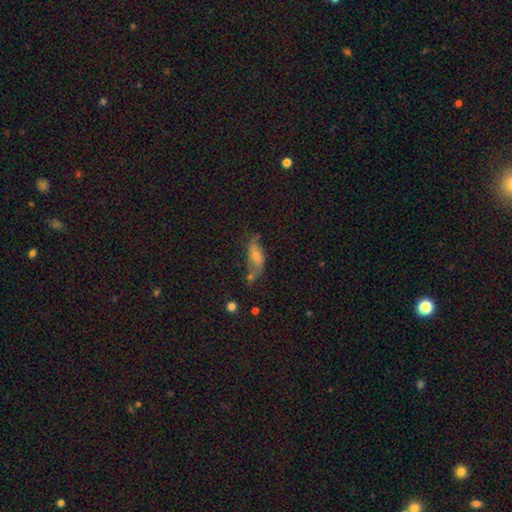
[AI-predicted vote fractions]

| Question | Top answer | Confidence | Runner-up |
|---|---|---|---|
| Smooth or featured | smooth | 44% | featured or disk (43%) |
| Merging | none | 48% | minor disturbance (27%) |